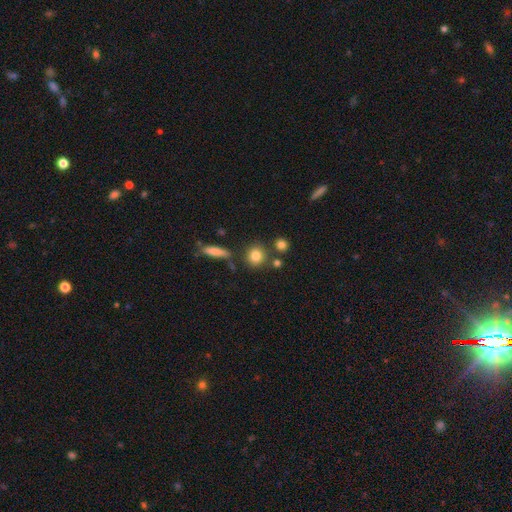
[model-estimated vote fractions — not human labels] Q: Smooth or featured?
A: smooth (82%); runner-up: star or artifact (10%)
Q: How rounded?
A: round (83%); runner-up: in between (15%)
Q: Merging?
A: none (77%); runner-up: merger (10%)